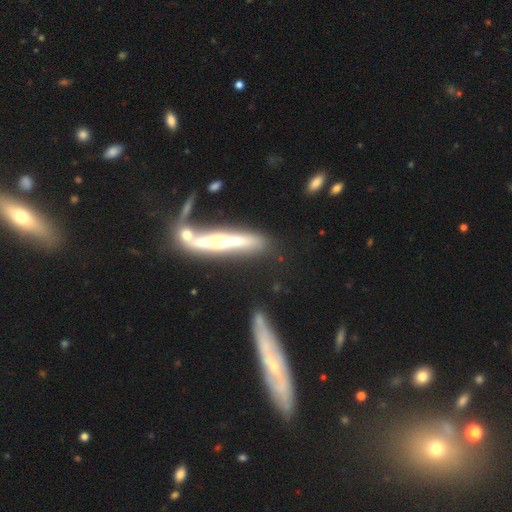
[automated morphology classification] This appears to be a featured or disk galaxy (63%) viewed edge-on (81%) with no central bulge (47%). Merging: none (42%).